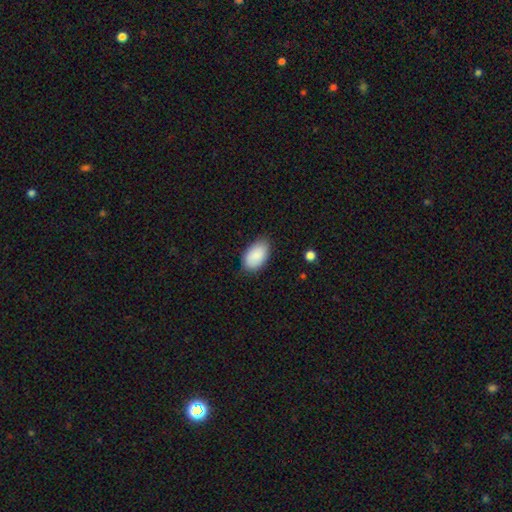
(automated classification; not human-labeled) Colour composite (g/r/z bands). It shows a smooth galaxy with no disk features (88%) that is in between round and cigar-shaped (94%). Merging: none (78%).